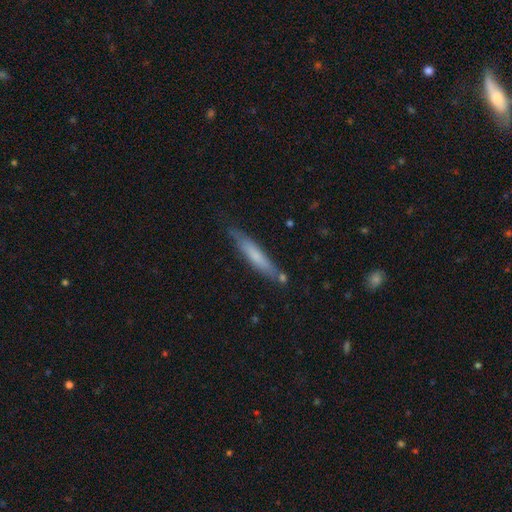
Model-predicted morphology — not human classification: Overall: smooth (64%; featured or disk 30%). How rounded: cigar-shaped (91%). Merging: none (75%).